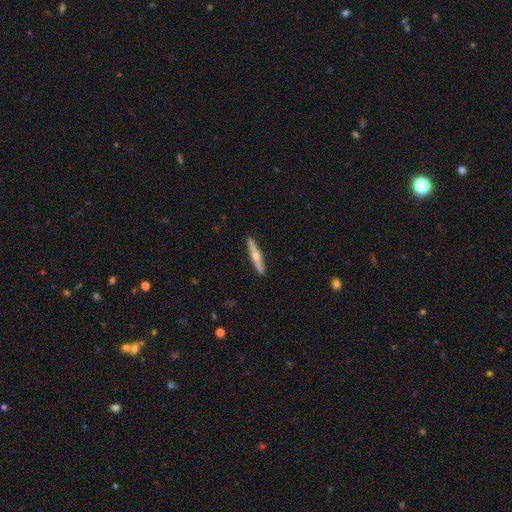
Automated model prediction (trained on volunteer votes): Overall: featured or disk (59%; smooth 36%). Edge-on disk: yes (95%). Edge-on bulge: rounded (92%). Merging: none (91%).